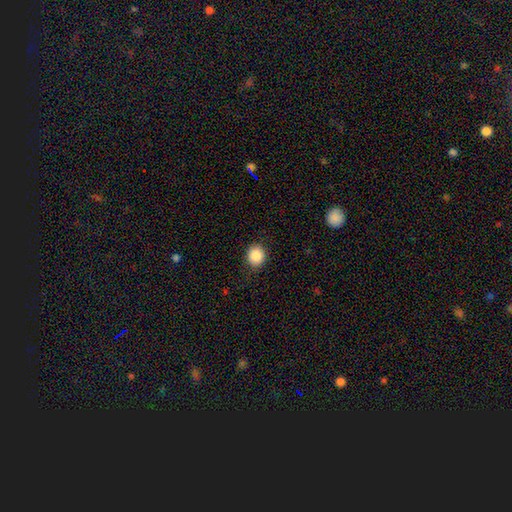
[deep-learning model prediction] Morphology: type=smooth (88%); roundness=round (81%); merging=none (88%).